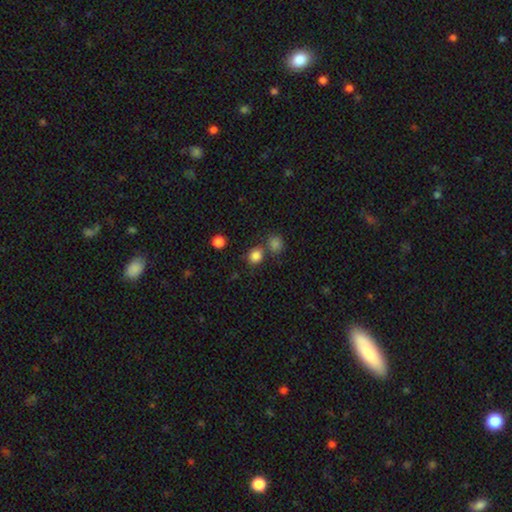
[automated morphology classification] smooth 83%, star or artifact 13%, featured or disk 4%. Down the decision tree: how rounded — round (76%); merging — none (68%).